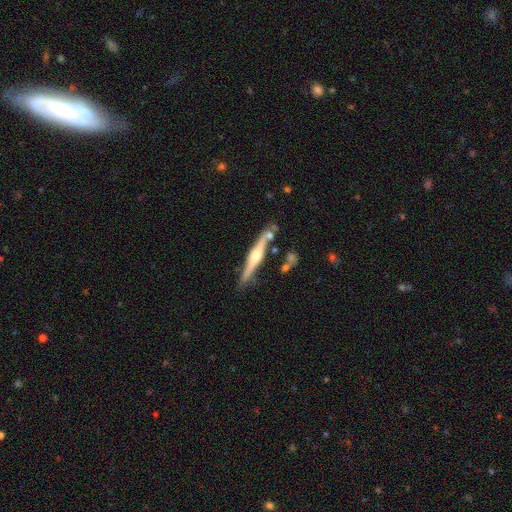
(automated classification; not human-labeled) A featured or disk galaxy (74%) viewed edge-on (97%) with a rounded central bulge (86%).

Vote fractions:
- Smooth or featured? featured or disk: 74% / smooth: 20% / star or artifact: 6%
- Edge-on disk? yes: 97% / no: 3%
- Edge-on bulge? rounded: 86% / boxy: 8% / none: 6%
- Merging? none: 81% / minor disturbance: 11% / merger: 5% / major disturbance: 2%